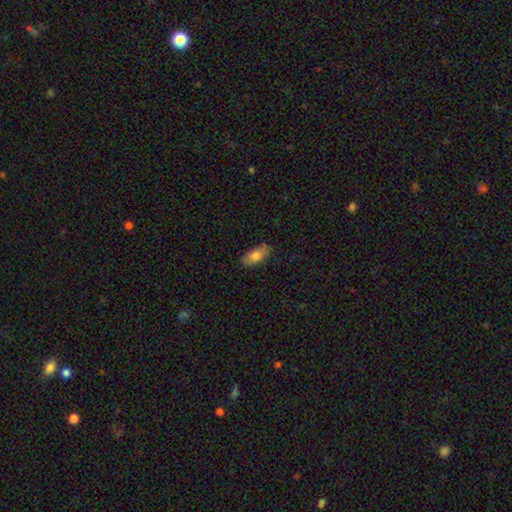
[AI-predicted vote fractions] This is likely a smooth galaxy (77%). How rounded: clearly in between (89%). Merging: clearly none (80%).